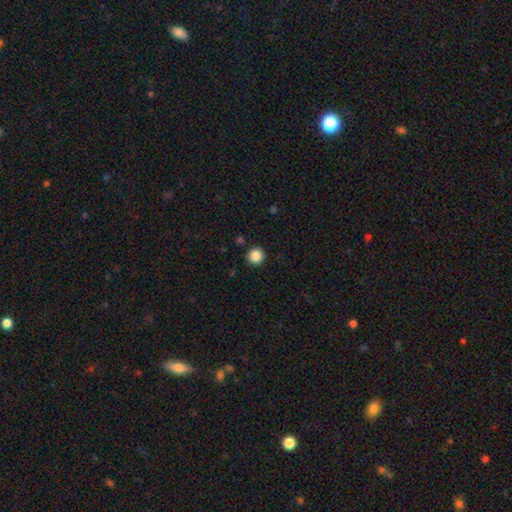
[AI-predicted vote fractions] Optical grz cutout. It shows a smooth galaxy with no disk features (86%) that is round (94%). Merging: none (92%).